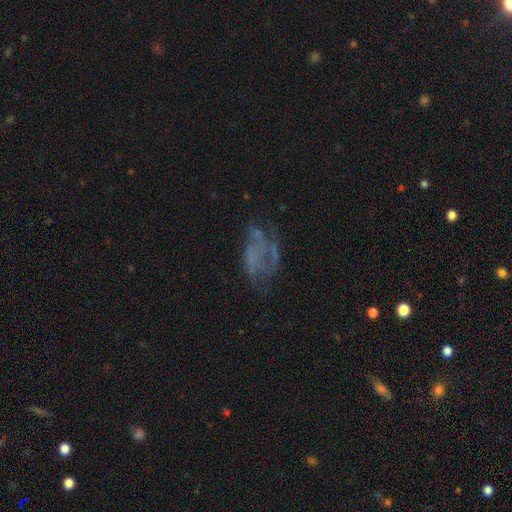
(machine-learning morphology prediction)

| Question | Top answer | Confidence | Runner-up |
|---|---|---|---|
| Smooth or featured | featured or disk | 57% | smooth (25%) |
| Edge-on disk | no | 97% | yes (3%) |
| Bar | no | 87% | weak (10%) |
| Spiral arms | no | 74% | yes (26%) |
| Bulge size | none | 82% | small (9%) |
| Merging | none | 40% | major disturbance (36%) |